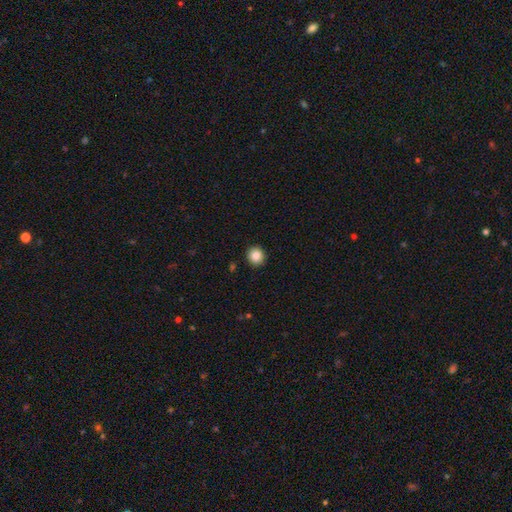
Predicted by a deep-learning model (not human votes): smooth-or-featured: smooth: 86% | star or artifact: 9% | featured or disk: 5%
  how-rounded: round: 91% | in between: 8% | cigar-shaped: 1%
  merging: none: 92% | minor disturbance: 5% | major disturbance: 1% | merger: 1%